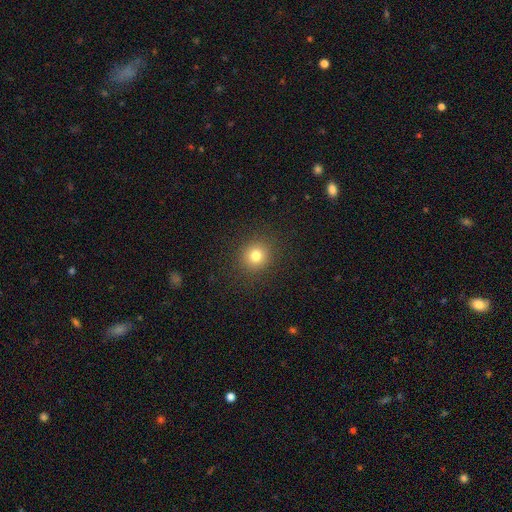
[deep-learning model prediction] Smooth or featured: smooth — 79% (star or artifact — 14%)
How rounded: round — 89% (in between — 10%)
Merging: none — 90% (minor disturbance — 6%)